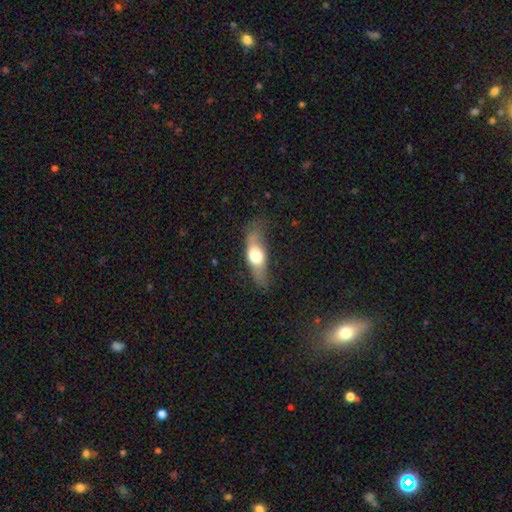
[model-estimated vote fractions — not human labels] Smooth or featured?
  - smooth: 52% *
  - featured or disk: 42%
  - star or artifact: 6%
How rounded?
  - in between: 59% *
  - cigar-shaped: 35%
  - round: 6%
Merging?
  - none: 58% *
  - minor disturbance: 26%
  - major disturbance: 13%
  - merger: 2%